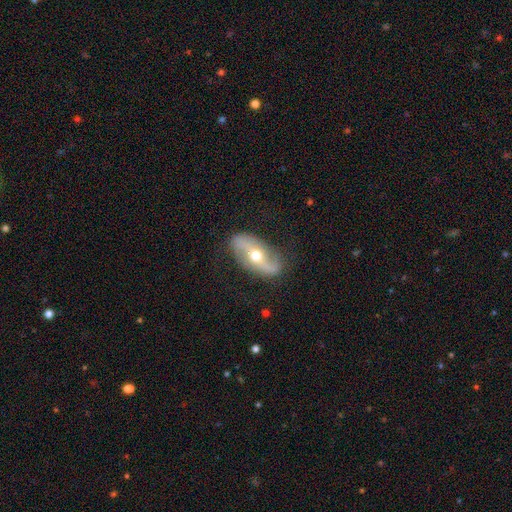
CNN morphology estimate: type=featured or disk (81%); edge-on=no (91%); bar=no (42%); spiral arms=yes (88%); winding=loose (75%); arm count=2 (92%); bulge=moderate (73%); merging=none (82%).